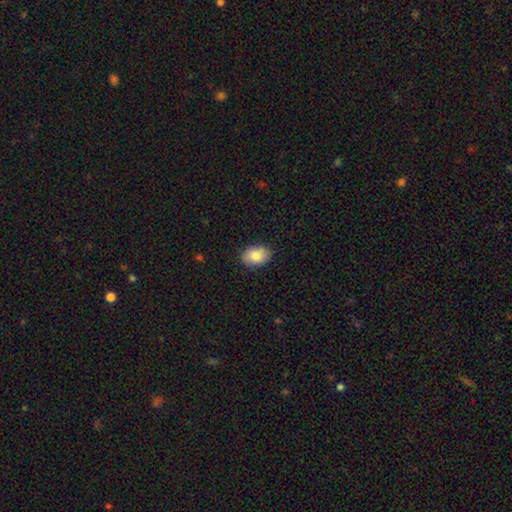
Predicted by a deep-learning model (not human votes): A smooth galaxy with no disk features (83%) that is in between round and cigar-shaped (86%). Merging: none (86%).